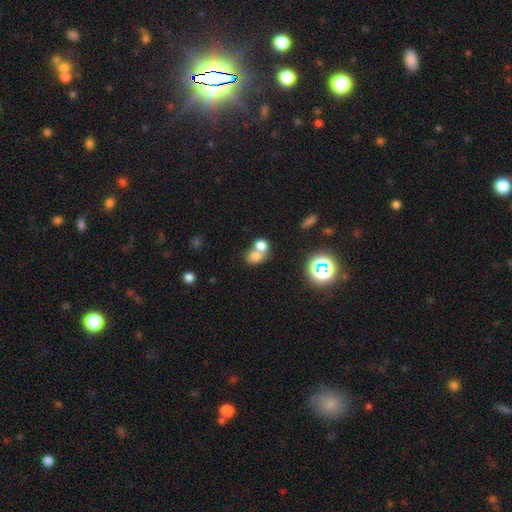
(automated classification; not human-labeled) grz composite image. It shows a smooth galaxy with no disk features (70%) that is round (58%). Merging: merger (59%).